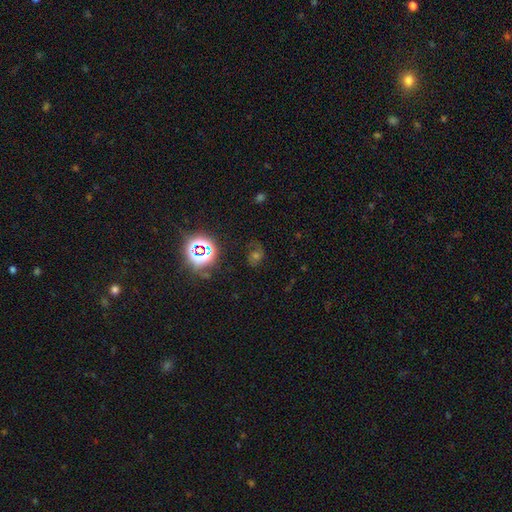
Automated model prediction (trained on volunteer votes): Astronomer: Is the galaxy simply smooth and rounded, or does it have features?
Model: star or artifact — 45% (runner-up: featured or disk, 28%).